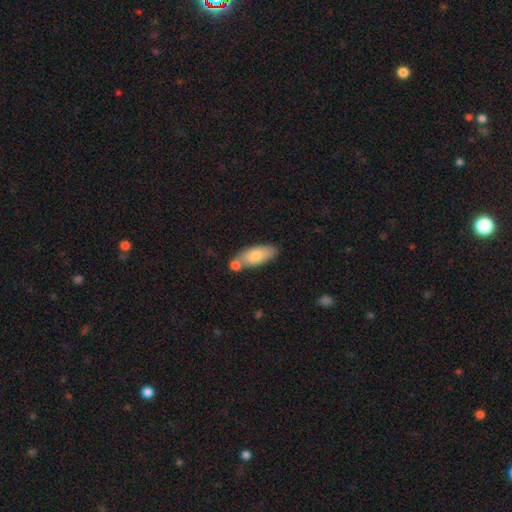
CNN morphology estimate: type=smooth (79%); roundness=in between (78%); merging=none (56%).